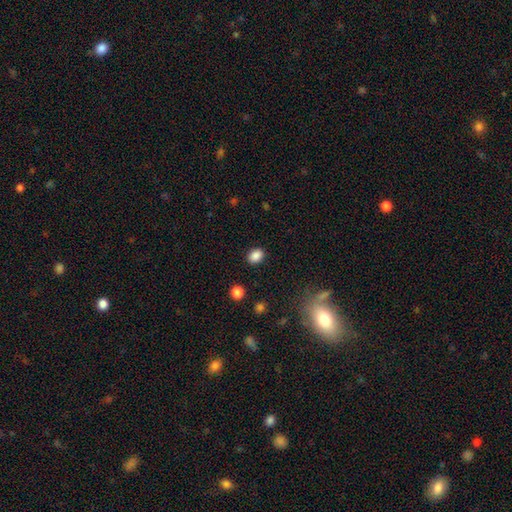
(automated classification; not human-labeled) This appears to be a smooth galaxy with no disk features (87%) that is in between round and cigar-shaped (64%). Merging: none (88%).